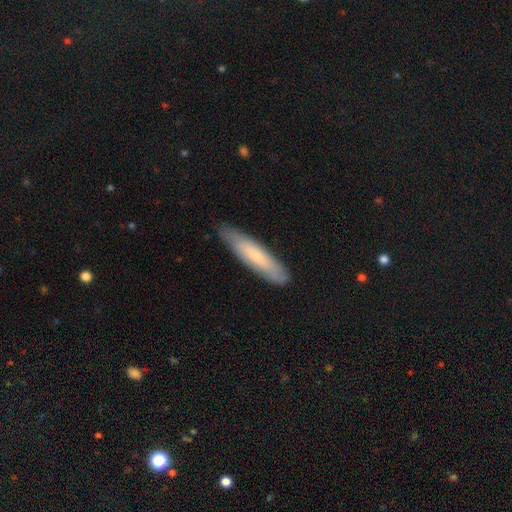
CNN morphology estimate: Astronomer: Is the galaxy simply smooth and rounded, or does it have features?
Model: smooth — 67%.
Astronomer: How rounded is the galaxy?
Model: cigar-shaped — 79%.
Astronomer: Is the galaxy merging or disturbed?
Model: none — 83%.